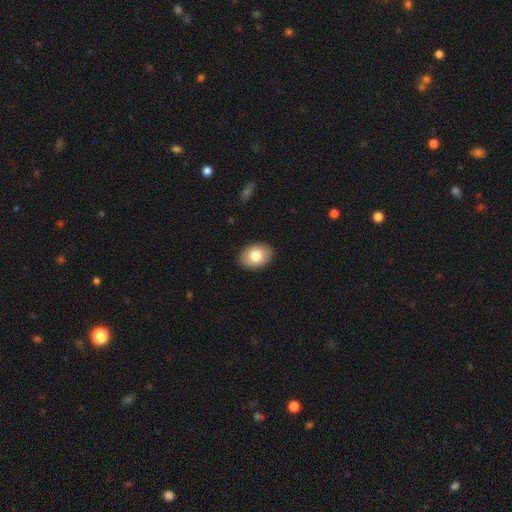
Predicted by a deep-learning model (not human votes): Q: Smooth or featured?
A: smooth (81%); runner-up: featured or disk (12%)
Q: How rounded?
A: in between (78%); runner-up: round (21%)
Q: Merging?
A: none (90%); runner-up: minor disturbance (7%)